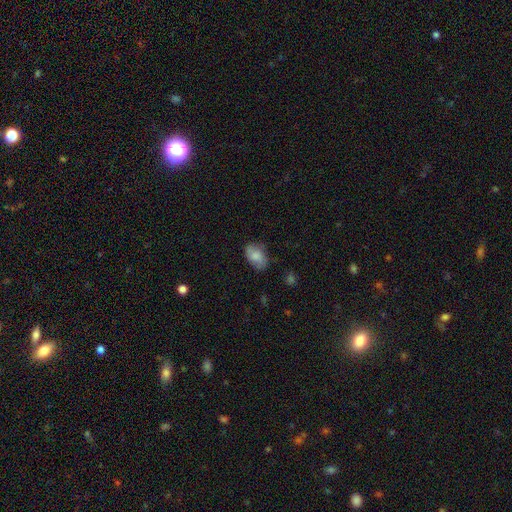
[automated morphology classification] This is likely a smooth galaxy (78%). How rounded: clearly in between (87%). Merging: likely none (68%).